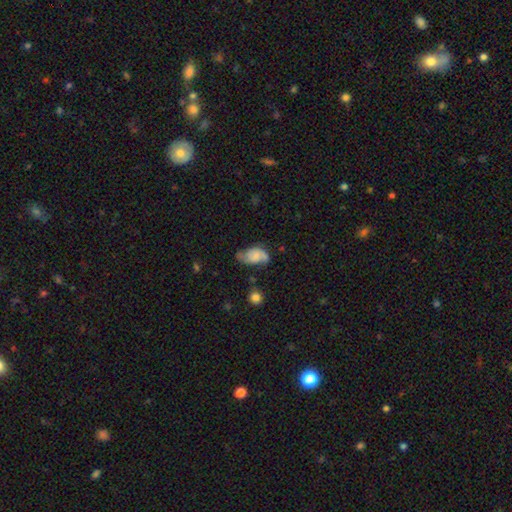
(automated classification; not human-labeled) This appears to be a featured or disk galaxy (54%) with no bar (69%), spiral arms (87%) and a small central bulge (47%). Merging: none (46%).